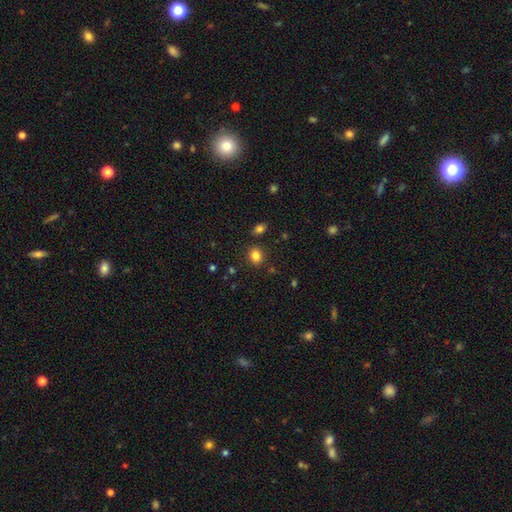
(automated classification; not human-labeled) Smooth or featured: smooth — 83% (star or artifact — 12%)
How rounded: round — 66% (in between — 33%)
Merging: none — 86% (minor disturbance — 8%)